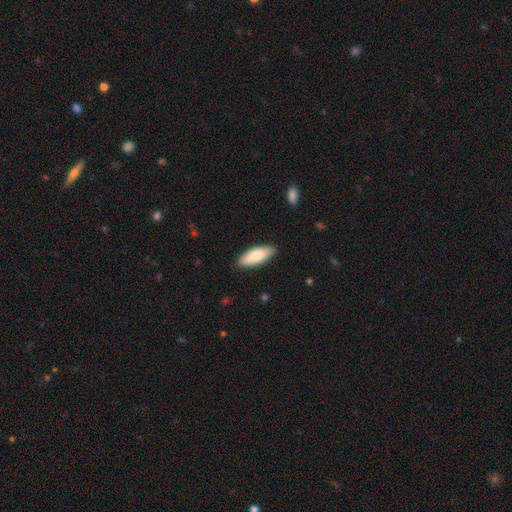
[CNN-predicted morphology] This appears to be a smooth galaxy with no disk features (82%) that is in between round and cigar-shaped (76%). Merging: none (86%).